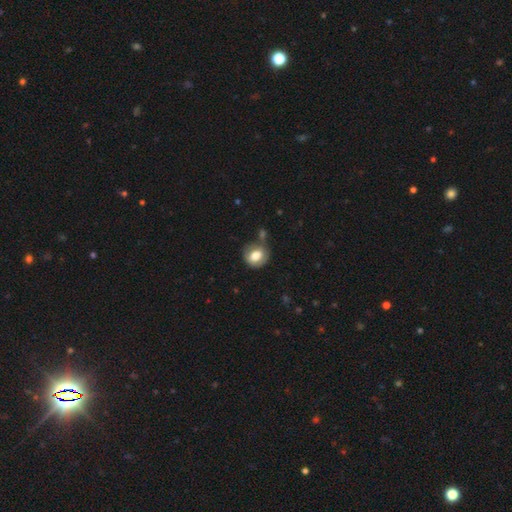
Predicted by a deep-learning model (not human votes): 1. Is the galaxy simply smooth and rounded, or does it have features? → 73% smooth, 19% featured or disk, 8% star or artifact.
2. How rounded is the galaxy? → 71% round, 27% in between, 1% cigar-shaped.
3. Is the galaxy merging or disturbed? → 60% none, 22% minor disturbance, 11% merger, 8% major disturbance.